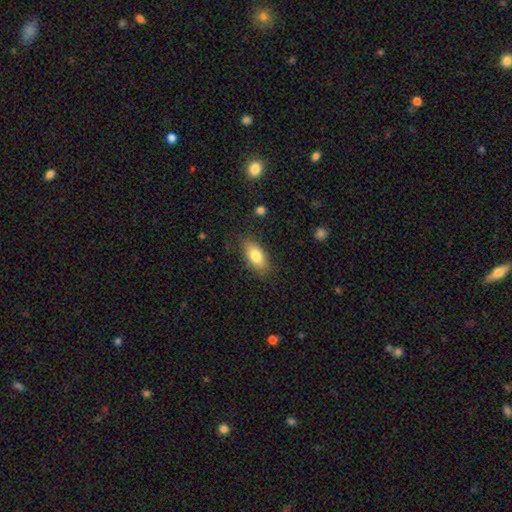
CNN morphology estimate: A smooth galaxy with no disk features (78%) that is in between round and cigar-shaped (85%).

Vote fractions:
- Smooth or featured? smooth: 78% / featured or disk: 15% / star or artifact: 7%
- How rounded? in between: 85% / cigar-shaped: 10% / round: 5%
- Merging? none: 83% / minor disturbance: 13% / major disturbance: 3% / merger: 1%